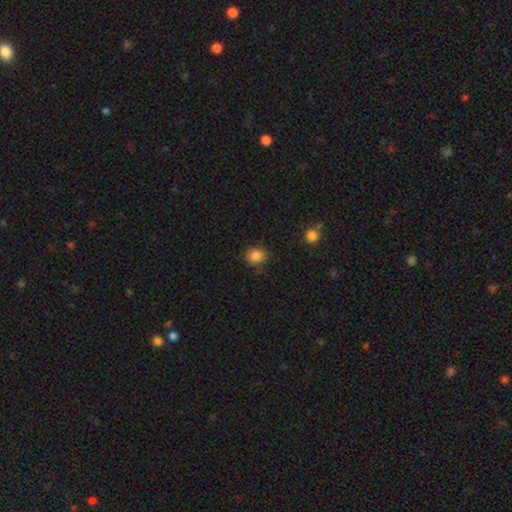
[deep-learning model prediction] The model was most divided on "how rounded": round: 77%, in between: 23%, cigar-shaped: 1%. More confident: merging — none (85%); smooth or featured — smooth (85%).